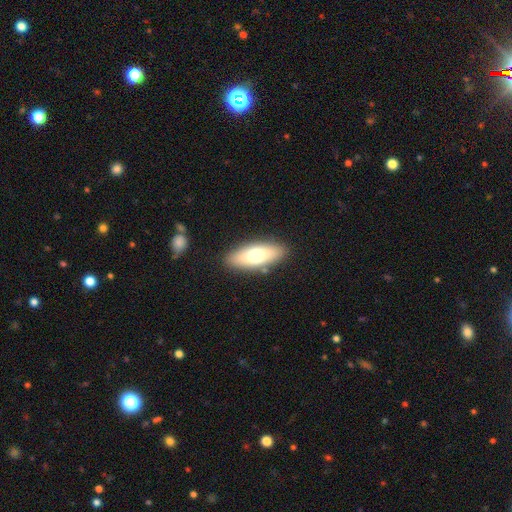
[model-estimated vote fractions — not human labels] This is likely a smooth galaxy (68%). How rounded: likely in between (74%). Merging: clearly none (86%).